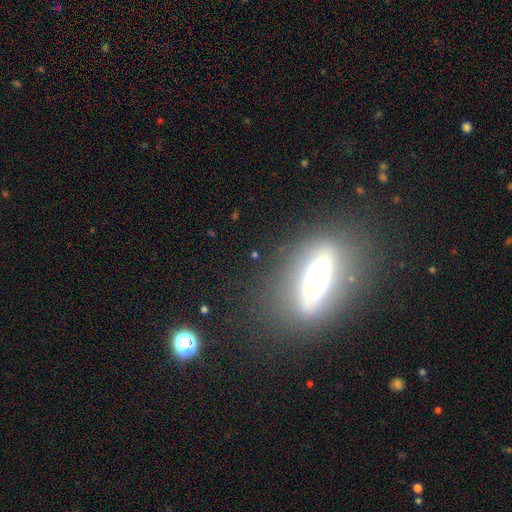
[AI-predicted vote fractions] smooth-or-featured: featured or disk: 45% | smooth: 38% | star or artifact: 17%
  merging: none: 74% | minor disturbance: 13% | major disturbance: 9% | merger: 4%